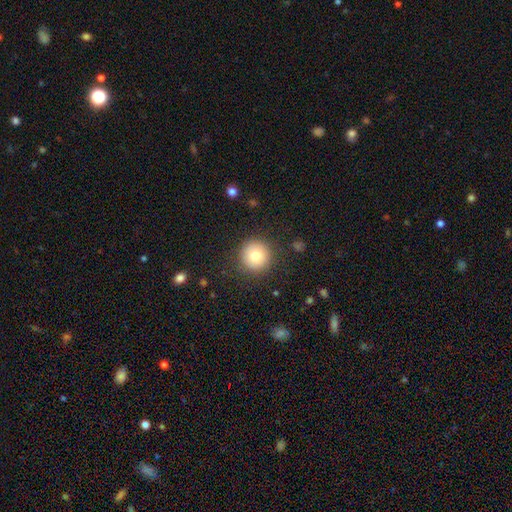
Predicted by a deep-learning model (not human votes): Smooth or featured? smooth (78%)
How rounded? round (96%)
Merging? none (90%)